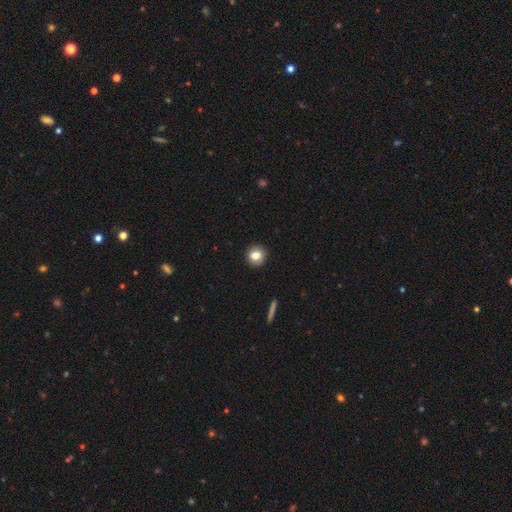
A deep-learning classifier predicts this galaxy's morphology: smooth 81%, star or artifact 10%, featured or disk 9%. Down the decision tree: how rounded — round (91%); merging — none (92%).